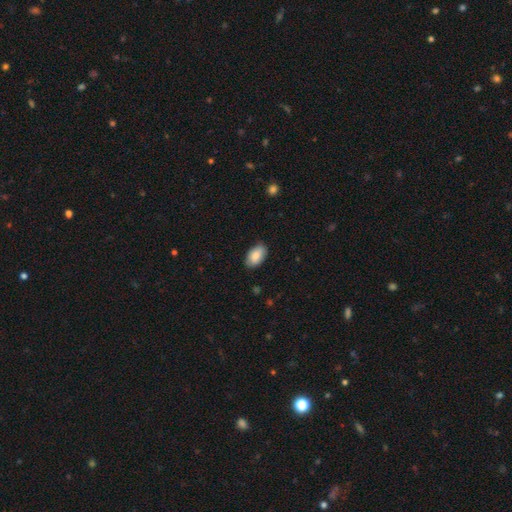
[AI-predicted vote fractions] The model was most divided on "merging": none: 84%, minor disturbance: 13%, major disturbance: 2%, merger: 1%. More confident: how rounded — in between (93%); smooth or featured — smooth (85%).